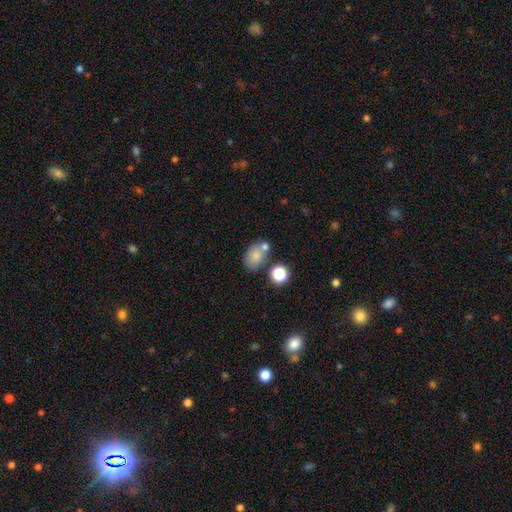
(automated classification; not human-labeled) Smooth or featured? Predicted: smooth (p=0.77). How rounded? Predicted: in between (p=0.78). Merging? Predicted: none (p=0.54).